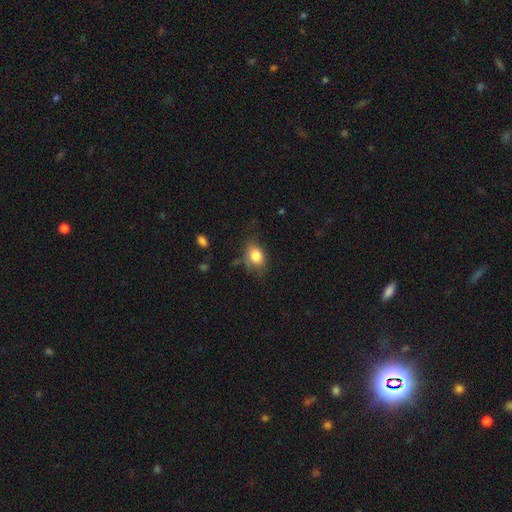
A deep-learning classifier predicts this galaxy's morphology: type=smooth (82%); roundness=in between (68%); merging=none (63%).